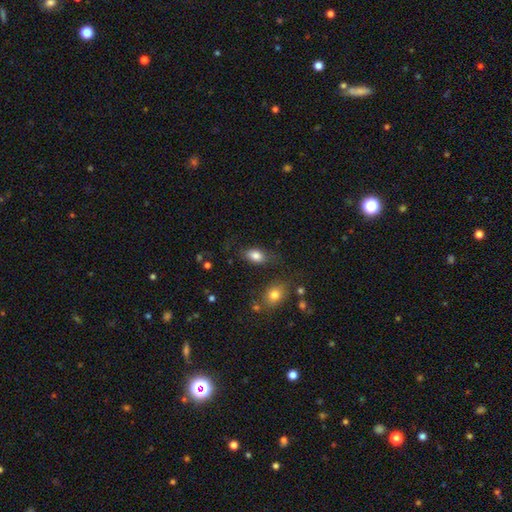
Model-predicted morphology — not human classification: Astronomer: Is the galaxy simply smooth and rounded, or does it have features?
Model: smooth — 83%.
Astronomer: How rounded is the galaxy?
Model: in between — 87%.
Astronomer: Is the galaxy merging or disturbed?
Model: none — 72%.